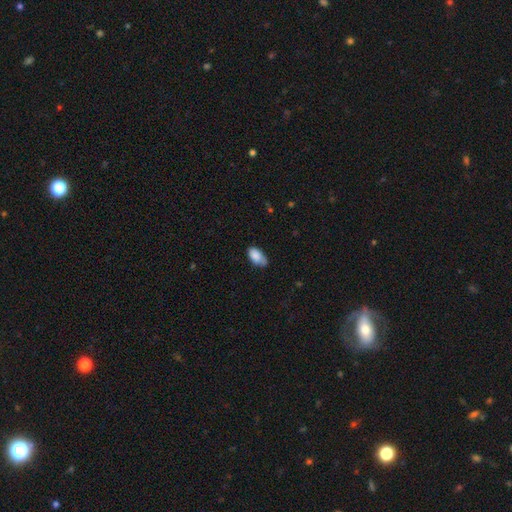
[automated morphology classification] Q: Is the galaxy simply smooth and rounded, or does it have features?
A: smooth — 83%.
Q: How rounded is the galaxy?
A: in between — 94%.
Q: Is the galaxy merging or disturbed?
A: none — 55%.